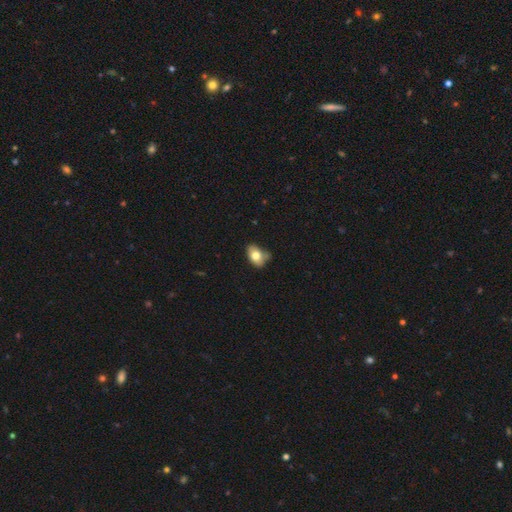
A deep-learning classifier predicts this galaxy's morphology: Smooth or featured? Predicted: smooth (p=0.73). How rounded? Predicted: in between (p=0.80). Merging? Predicted: none (p=0.46).